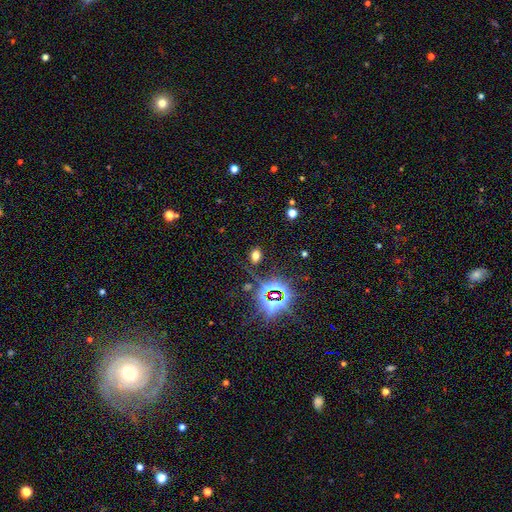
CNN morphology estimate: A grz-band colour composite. It shows a smooth galaxy with no disk features (54%) that is in between round and cigar-shaped (81%). Merging: none (81%).